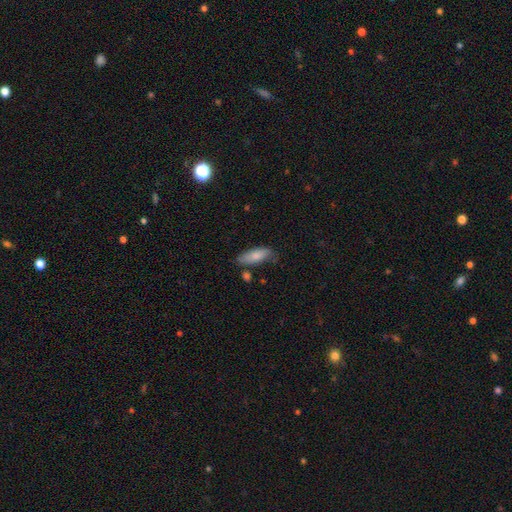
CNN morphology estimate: The model was most divided on "how rounded": in between: 70%, cigar-shaped: 28%, round: 2%. More confident: smooth or featured — smooth (82%); merging — none (70%).